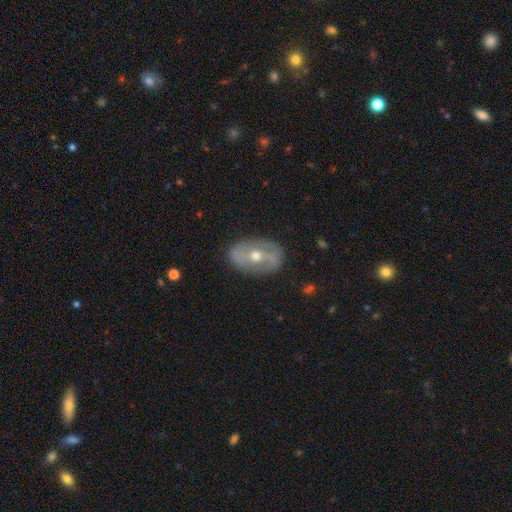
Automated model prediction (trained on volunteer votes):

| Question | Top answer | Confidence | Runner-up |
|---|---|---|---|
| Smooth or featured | featured or disk | 70% | smooth (23%) |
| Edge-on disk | no | 92% | yes (8%) |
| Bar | no | 41% | weak (32%) |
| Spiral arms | yes | 65% | no (35%) |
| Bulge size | moderate | 55% | small (42%) |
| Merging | none | 81% | minor disturbance (14%) |